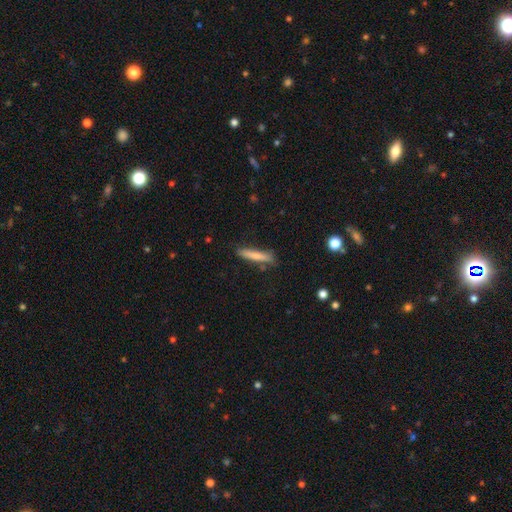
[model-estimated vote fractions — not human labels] Smooth or featured?
  - smooth: 74% *
  - featured or disk: 19%
  - star or artifact: 6%
How rounded?
  - cigar-shaped: 92% *
  - in between: 7%
  - round: 1%
Merging?
  - none: 81% *
  - minor disturbance: 14%
  - major disturbance: 3%
  - merger: 3%